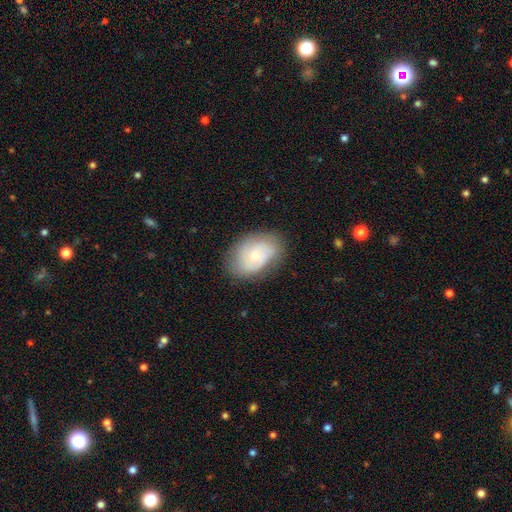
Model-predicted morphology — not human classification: smooth-or-featured: featured or disk: 57% | smooth: 36% | star or artifact: 7%
  disk-edge-on: no: 96% | yes: 4%
    bar: no: 77% | weak: 20% | strong: 3%
    has-spiral-arms: yes: 80% | no: 20%
    bulge-size: small: 61% | moderate: 35% | large: 2% | none: 1% | dominant: 1%
  merging: none: 72% | minor disturbance: 21% | major disturbance: 6% | merger: 1%